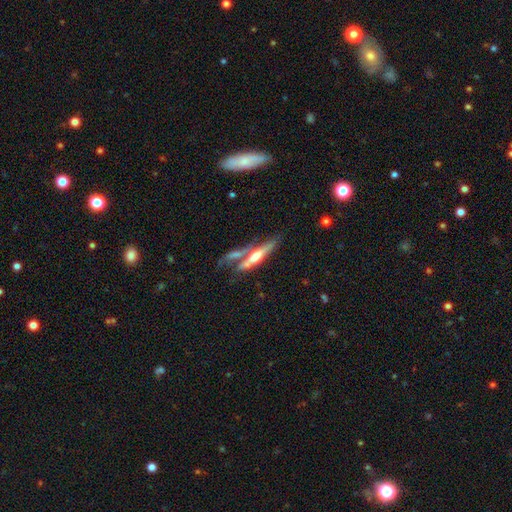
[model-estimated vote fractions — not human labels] Smooth or featured? featured or disk (63%)
Edge-on disk? yes (90%)
Edge-on bulge? rounded (86%)
Merging? none (44%)